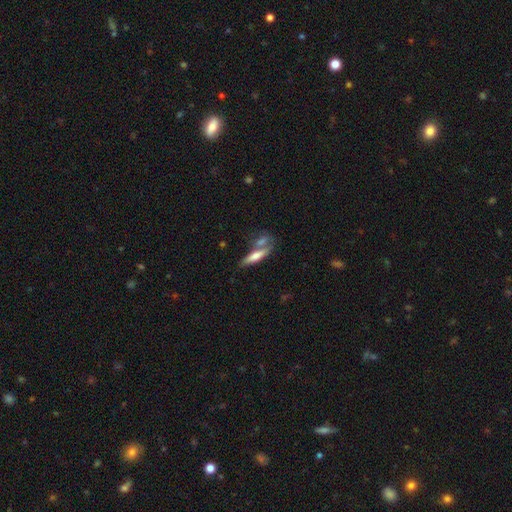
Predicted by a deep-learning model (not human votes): Overall: smooth (57%; featured or disk 36%). How rounded: cigar-shaped (73%). Merging: none (54%; merger 29%).